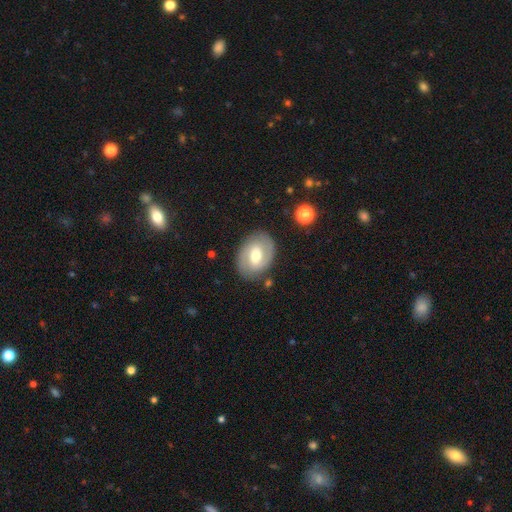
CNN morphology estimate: Overall: featured or disk (68%). Edge-on disk: no (96%). Bar: weak (51%; strong 24%). Spiral arms: yes (79%). Spiral arm count: 2 (83%). Spiral winding: medium (43%; tight 41%). Bulge size: moderate (69%). Merging: none (82%).